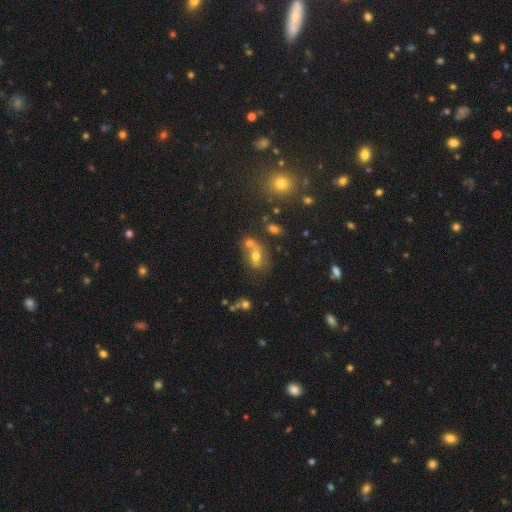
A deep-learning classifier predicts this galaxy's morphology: Overall: smooth (58%; featured or disk 24%). How rounded: in between (71%). Merging: merger (45%; none 35%).